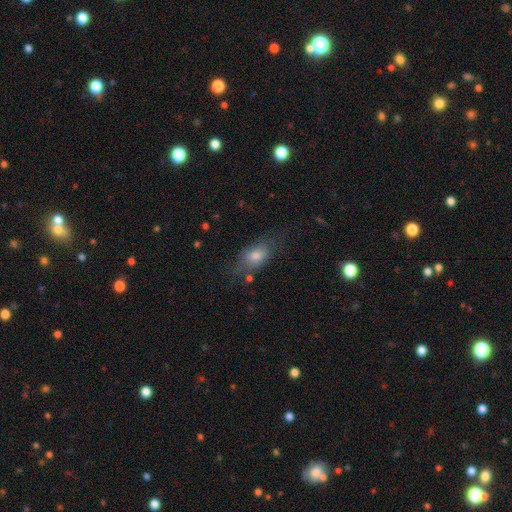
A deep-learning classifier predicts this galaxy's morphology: The model was most divided on "smooth or featured": smooth: 64%, featured or disk: 24%, star or artifact: 12%. More confident: how rounded — in between (76%); merging — none (64%).